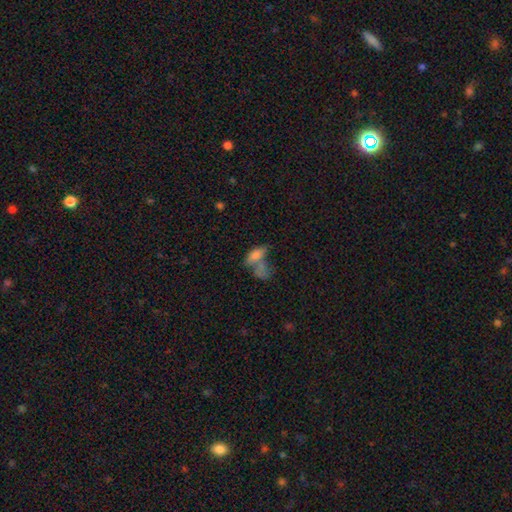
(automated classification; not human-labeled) A smooth galaxy with no disk features (67%) that is in between round and cigar-shaped (78%).

Vote fractions:
- Smooth or featured? smooth: 67% / featured or disk: 21% / star or artifact: 12%
- How rounded? in between: 78% / cigar-shaped: 16% / round: 6%
- Merging? merger: 49% / none: 26% / major disturbance: 13% / minor disturbance: 12%